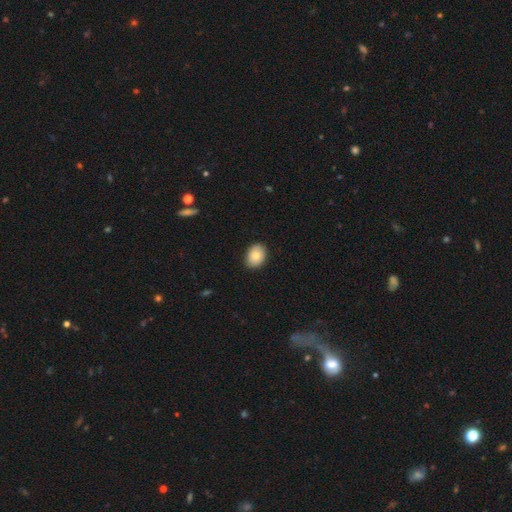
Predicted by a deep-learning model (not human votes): A smooth galaxy with no disk features (84%) that is in between round and cigar-shaped (71%).

Vote fractions:
- Smooth or featured? smooth: 84% / featured or disk: 9% / star or artifact: 7%
- How rounded? in between: 71% / round: 28% / cigar-shaped: 1%
- Merging? none: 89% / minor disturbance: 9% / major disturbance: 2% / merger: 1%